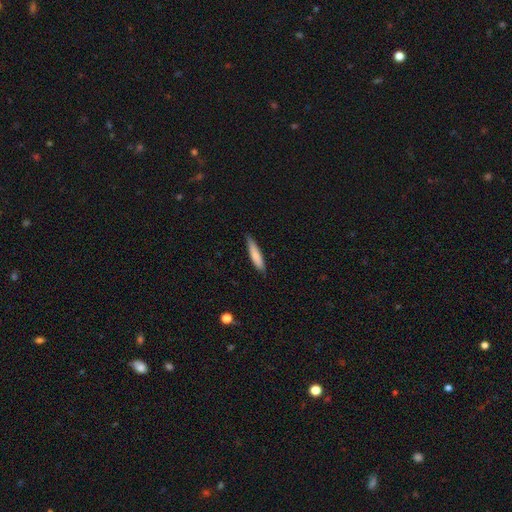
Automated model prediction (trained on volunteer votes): Smooth or featured? Predicted: smooth (p=0.79). How rounded? Predicted: cigar-shaped (p=0.85). Merging? Predicted: none (p=0.83).